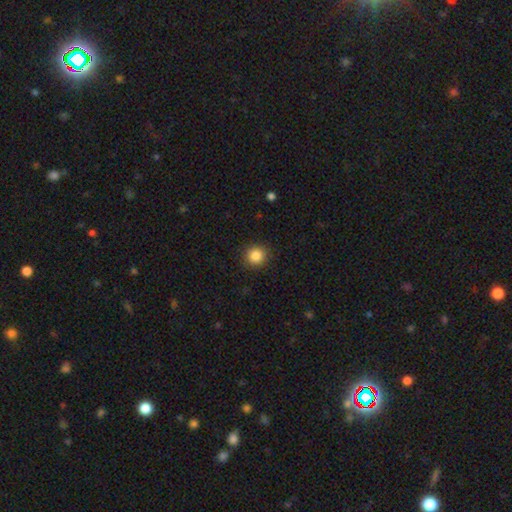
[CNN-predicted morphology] The model was most divided on "smooth or featured": smooth: 86%, star or artifact: 10%, featured or disk: 4%. More confident: how rounded — round (92%); merging — none (91%).